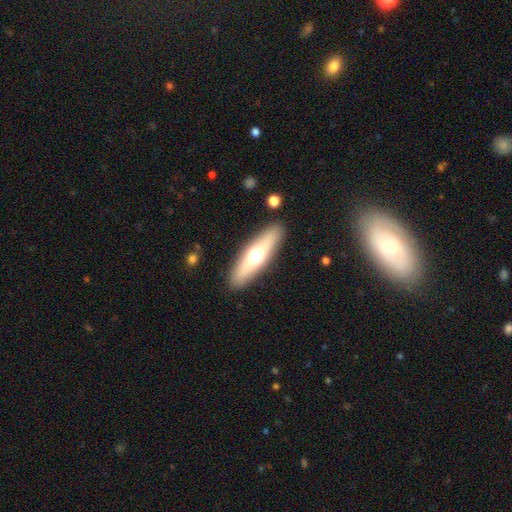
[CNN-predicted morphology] This appears to be a smooth galaxy with no disk features (55%) that is cigar-shaped (59%). Merging: none (89%).